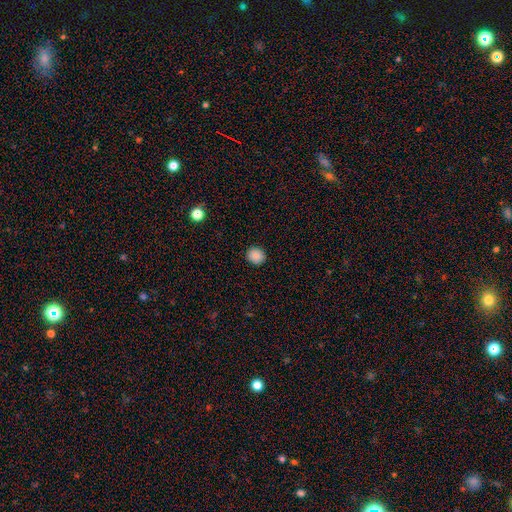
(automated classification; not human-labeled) smooth 88%, star or artifact 9%, featured or disk 3%. Down the decision tree: how rounded — round (84%); merging — none (91%).